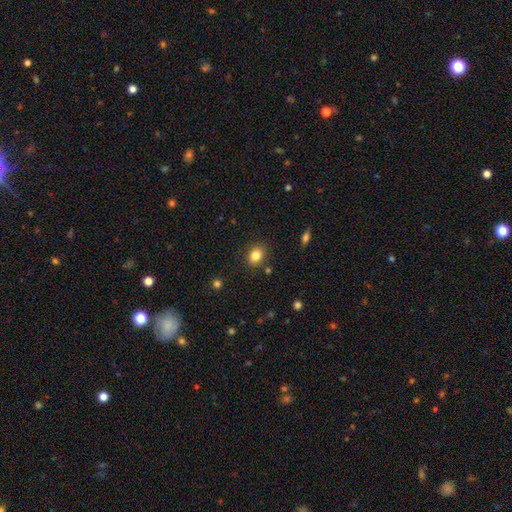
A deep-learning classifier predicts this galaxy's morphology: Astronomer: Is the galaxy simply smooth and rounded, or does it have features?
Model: smooth — 82%.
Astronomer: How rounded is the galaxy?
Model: round — 51% (runner-up: in between, 48%).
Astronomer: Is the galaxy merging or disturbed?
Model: none — 85%.